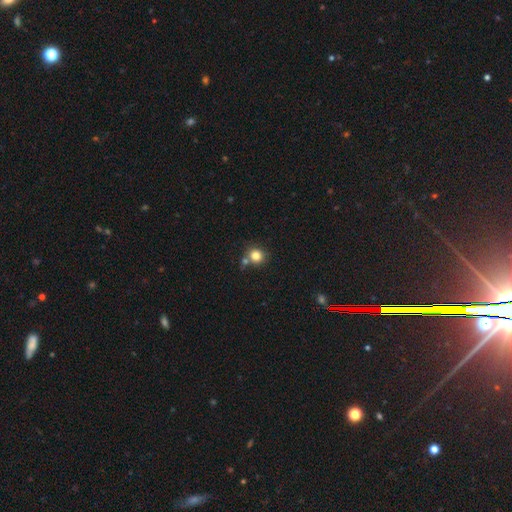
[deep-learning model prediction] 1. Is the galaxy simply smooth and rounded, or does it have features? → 81% smooth, 12% star or artifact, 7% featured or disk.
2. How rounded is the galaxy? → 87% round, 12% in between, 1% cigar-shaped.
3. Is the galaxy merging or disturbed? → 65% none, 20% merger, 11% minor disturbance, 4% major disturbance.